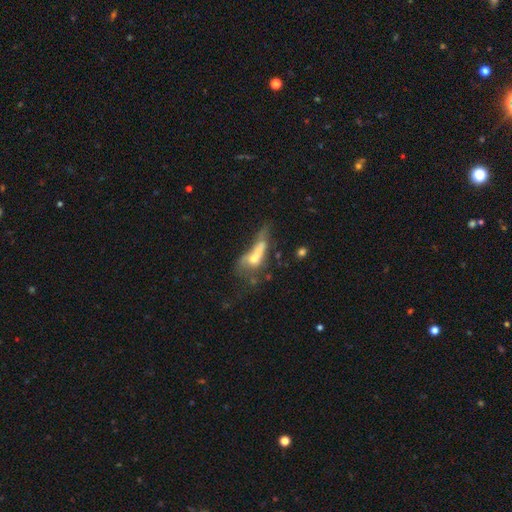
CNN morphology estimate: A smooth galaxy with no disk features (46%).

Vote fractions:
- Smooth or featured? smooth: 46% / featured or disk: 42% / star or artifact: 12%
- Merging? merger: 43% / major disturbance: 30% / none: 15% / minor disturbance: 12%